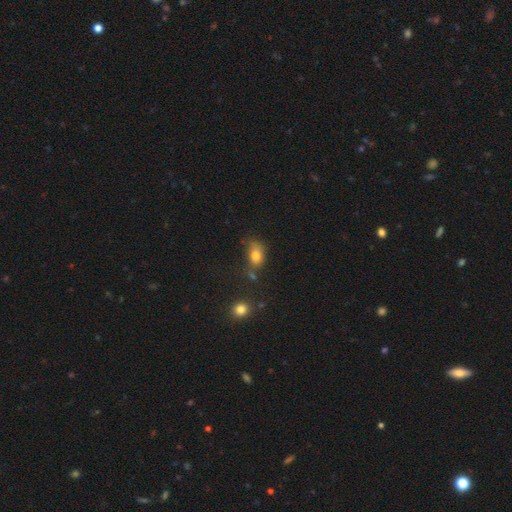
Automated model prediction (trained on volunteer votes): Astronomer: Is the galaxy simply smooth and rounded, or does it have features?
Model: smooth — 78%.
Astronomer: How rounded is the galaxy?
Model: in between — 74%.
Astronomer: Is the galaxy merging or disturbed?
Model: none — 47% (runner-up: minor disturbance, 29%).